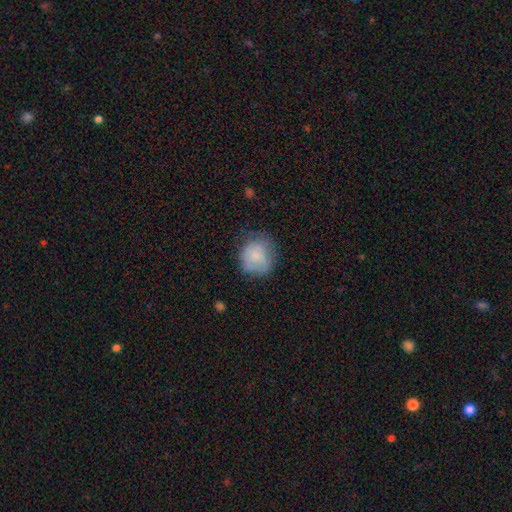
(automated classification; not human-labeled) Smooth or featured? Predicted: smooth (p=0.77). How rounded? Predicted: round (p=0.82). Merging? Predicted: none (p=0.58).